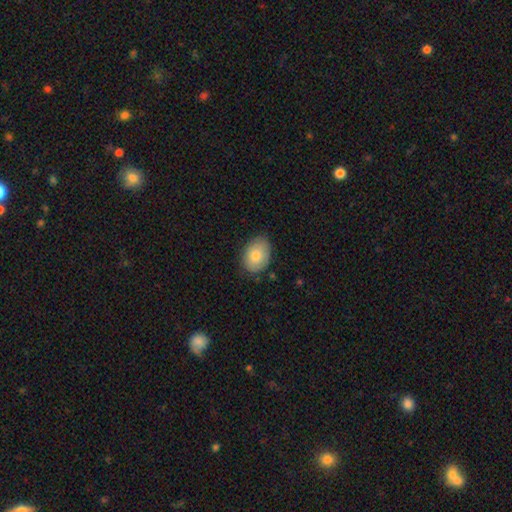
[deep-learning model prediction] This is likely a smooth galaxy (78%). How rounded: likely in between (76%). Merging: likely none (73%).